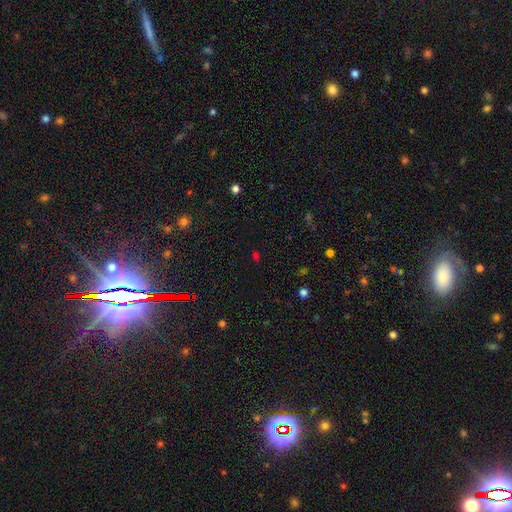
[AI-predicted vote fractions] Smooth or featured: star or artifact — 51% (smooth — 42%)